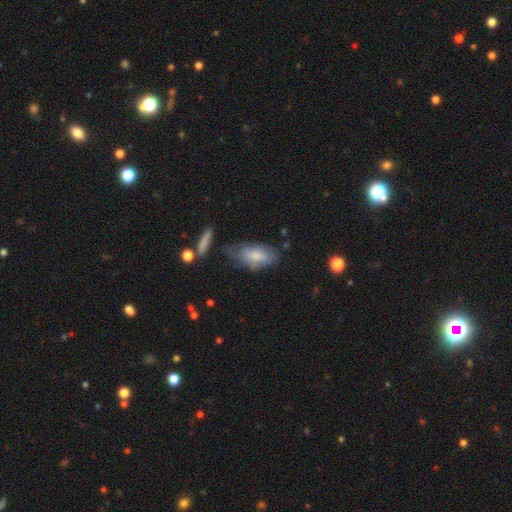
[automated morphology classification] The model was most divided on "merging": none: 49%, minor disturbance: 31%, major disturbance: 13%, merger: 7%. More confident: how rounded — in between (91%); smooth or featured — smooth (71%).